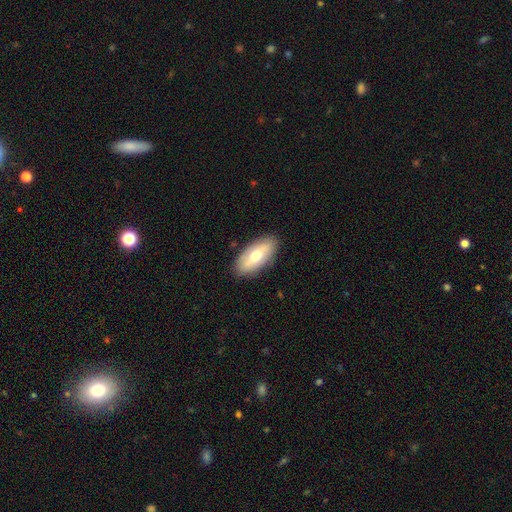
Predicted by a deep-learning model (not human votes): A smooth galaxy with no disk features (62%) that is in between round and cigar-shaped (85%). Merging: none (87%).